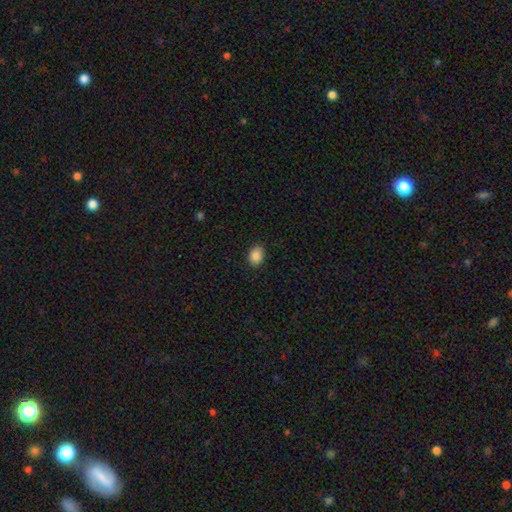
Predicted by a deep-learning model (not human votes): Smooth or featured?
  - smooth: 87% *
  - star or artifact: 9%
  - featured or disk: 4%
How rounded?
  - in between: 63% *
  - round: 36%
  - cigar-shaped: 1%
Merging?
  - none: 88% *
  - minor disturbance: 9%
  - major disturbance: 2%
  - merger: 1%